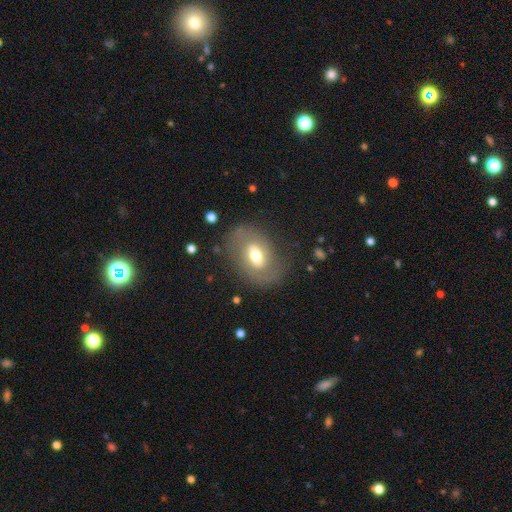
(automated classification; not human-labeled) Smooth or featured? smooth (51%)
How rounded? in between (80%)
Merging? none (73%)